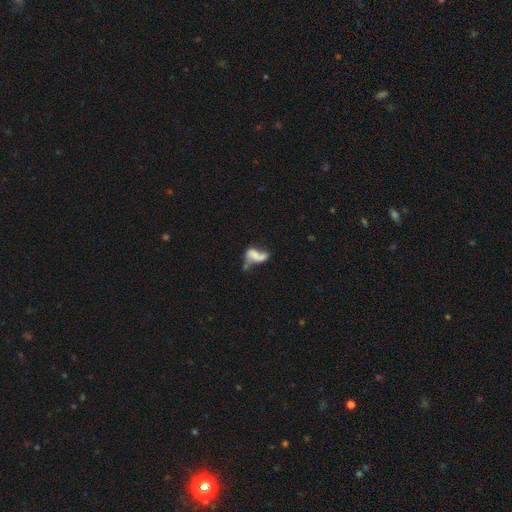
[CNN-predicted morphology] This appears to be a smooth galaxy with no disk features (44%, tied with featured or disk). Merging: merger (38%).